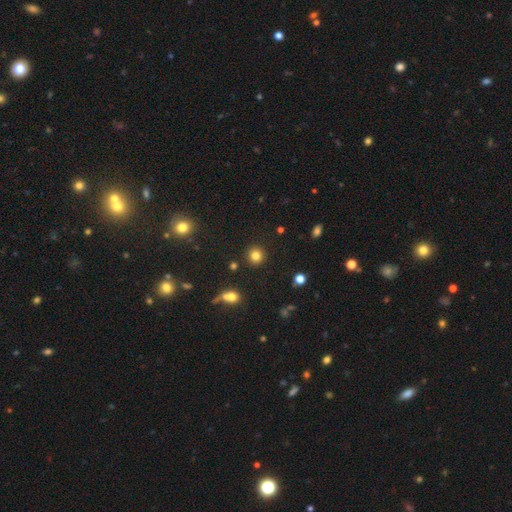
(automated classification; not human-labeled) Smooth or featured? Predicted: smooth (p=0.81). How rounded? Predicted: round (p=0.93). Merging? Predicted: none (p=0.90).